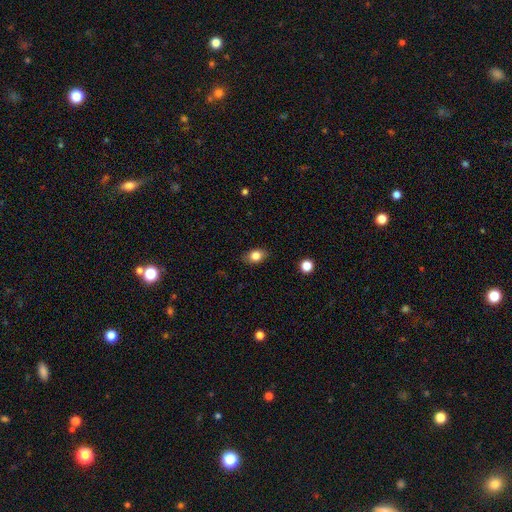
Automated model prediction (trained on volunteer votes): Overall: smooth (82%). How rounded: in between (74%). Merging: none (84%).